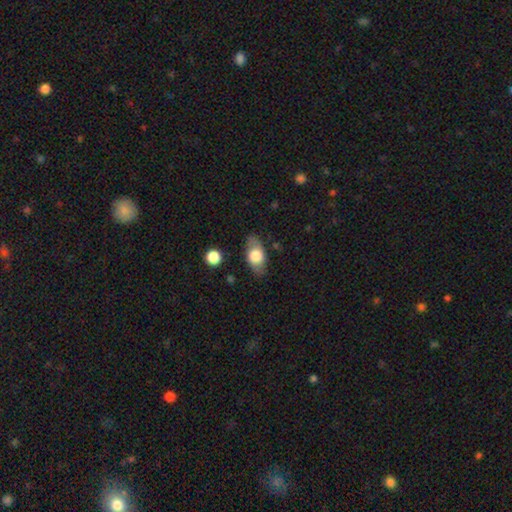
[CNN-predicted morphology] smooth 65%, featured or disk 29%, star or artifact 7%. Down the decision tree: how rounded — in between (84%); merging — none (78%).